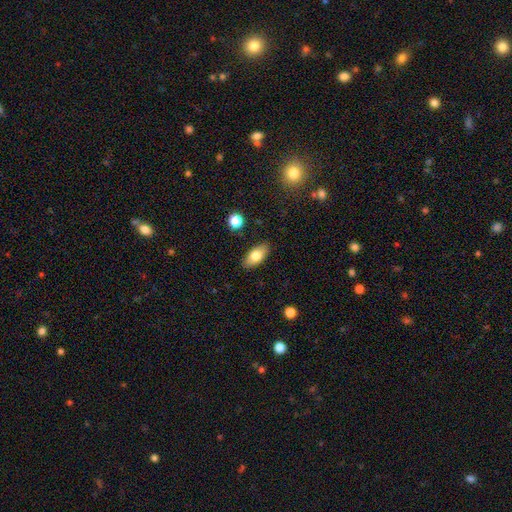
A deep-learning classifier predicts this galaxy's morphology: Q: Smooth or featured?
A: smooth (76%); runner-up: featured or disk (17%)
Q: How rounded?
A: in between (90%); runner-up: cigar-shaped (7%)
Q: Merging?
A: none (87%); runner-up: minor disturbance (9%)